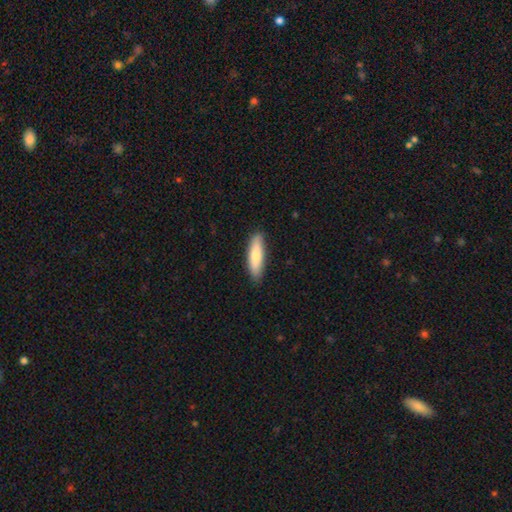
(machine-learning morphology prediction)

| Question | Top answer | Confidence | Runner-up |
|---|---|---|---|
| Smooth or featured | smooth | 78% | featured or disk (17%) |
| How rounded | cigar-shaped | 65% | in between (33%) |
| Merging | none | 87% | minor disturbance (10%) |